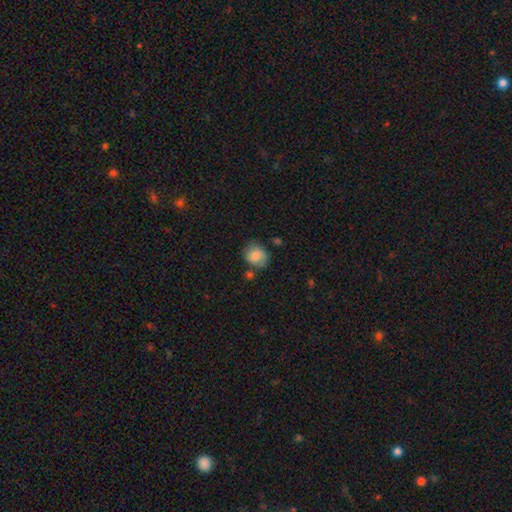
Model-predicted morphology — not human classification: This is likely a smooth galaxy (76%). How rounded: likely round (66%). Merging: likely none (63%).